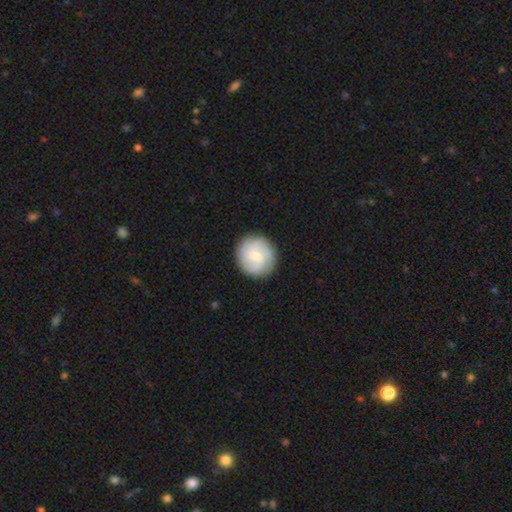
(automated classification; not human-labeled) A featured or disk galaxy (62%) with no bar (49%), 2 (38%) tight (48%) spiral arms (90%) and a small central bulge (55%).

Vote fractions:
- Smooth or featured? featured or disk: 62% / smooth: 32% / star or artifact: 6%
- Edge-on disk? no: 98% / yes: 2%
- Bar? no: 49% / weak: 44% / strong: 7%
- Spiral arms? yes: 90% / no: 10%
- Spiral winding? tight: 48% / medium: 39% / loose: 14%
- Spiral arm count? 2: 38% / can't tell: 24% / 3: 23% / 4: 6% / 1: 5% / more than 4: 4%
- Bulge size? small: 55% / moderate: 41% / large: 2% / none: 2% / dominant: 1%
- Merging? none: 86% / minor disturbance: 10% / major disturbance: 3% / merger: 1%